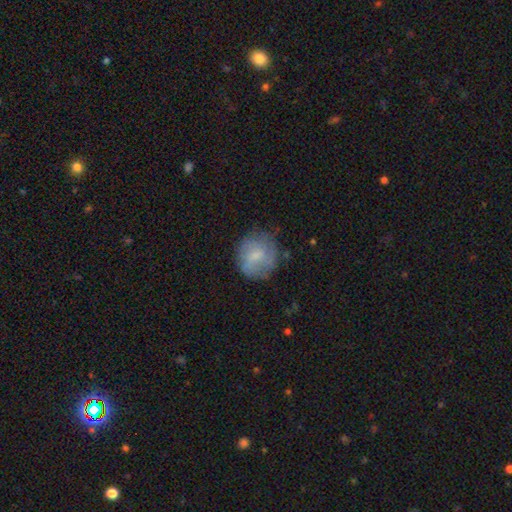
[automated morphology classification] Smooth or featured?
  - smooth: 63% *
  - featured or disk: 29%
  - star or artifact: 8%
How rounded?
  - round: 83% *
  - in between: 16%
  - cigar-shaped: 1%
Merging?
  - none: 66% *
  - minor disturbance: 23%
  - major disturbance: 9%
  - merger: 2%